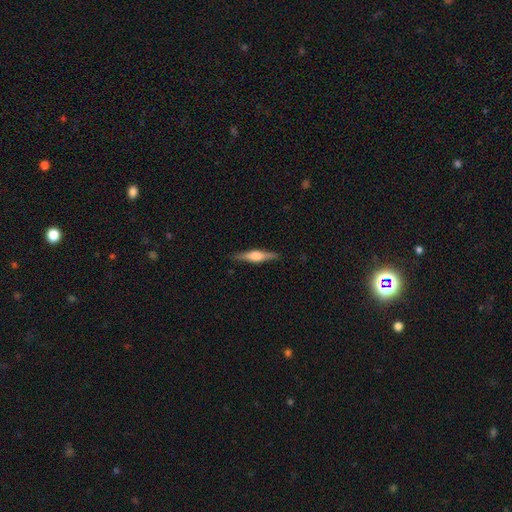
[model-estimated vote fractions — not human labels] smooth-or-featured: featured or disk: 62% | smooth: 32% | star or artifact: 6%
  disk-edge-on: yes: 97% | no: 3%
    edge-on-bulge: rounded: 79% | boxy: 17% | none: 4%
  merging: none: 89% | minor disturbance: 8% | major disturbance: 2% | merger: 1%